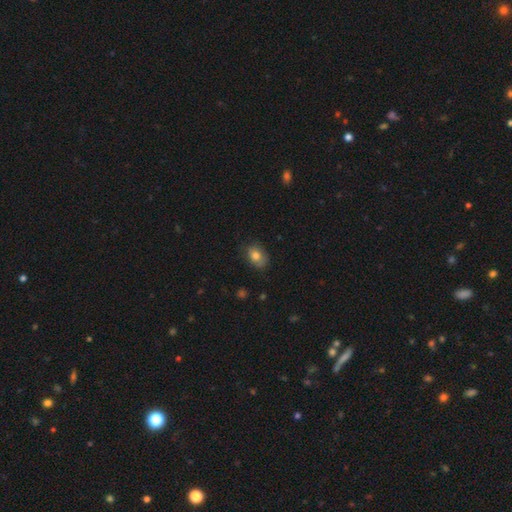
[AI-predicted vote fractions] Smooth or featured? Predicted: smooth (p=0.79). How rounded? Predicted: in between (p=0.72). Merging? Predicted: none (p=0.72).